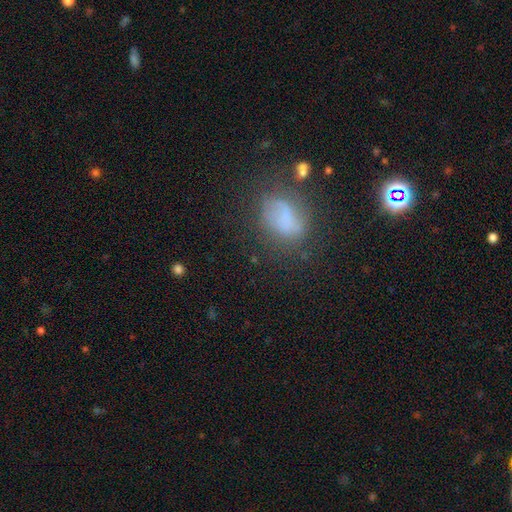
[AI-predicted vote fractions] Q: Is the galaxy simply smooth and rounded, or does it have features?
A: smooth — 54%.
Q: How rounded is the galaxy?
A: in between — 71%.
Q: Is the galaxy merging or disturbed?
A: none — 64%.